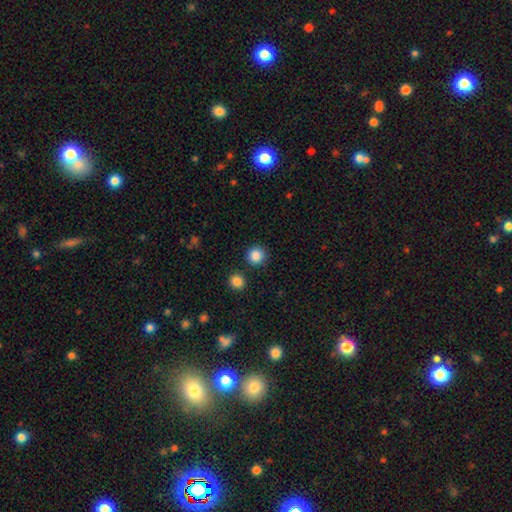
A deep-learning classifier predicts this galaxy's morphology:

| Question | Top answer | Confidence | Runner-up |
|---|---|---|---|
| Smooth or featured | smooth | 87% | star or artifact (10%) |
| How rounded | round | 93% | in between (6%) |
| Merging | none | 87% | minor disturbance (6%) |